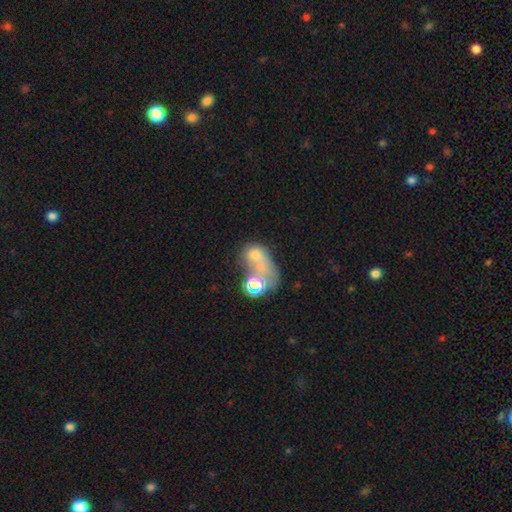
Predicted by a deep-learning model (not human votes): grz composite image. It shows a smooth galaxy with no disk features (50%) that is in between round and cigar-shaped (65%). Merging: merger (49%).